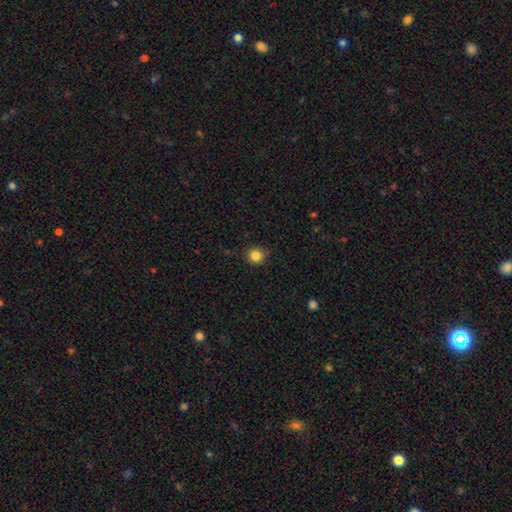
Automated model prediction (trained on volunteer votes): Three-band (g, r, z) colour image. It shows a smooth galaxy with no disk features (85%) that is round (94%). Merging: none (88%).